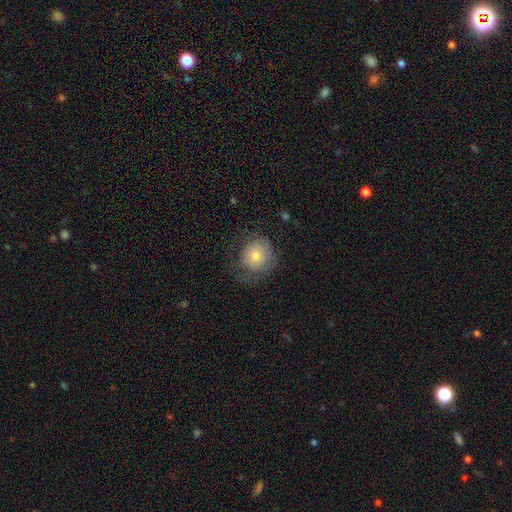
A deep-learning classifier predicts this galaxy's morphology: Smooth or featured? Predicted: smooth (p=0.65). How rounded? Predicted: round (p=0.84). Merging? Predicted: none (p=0.60).